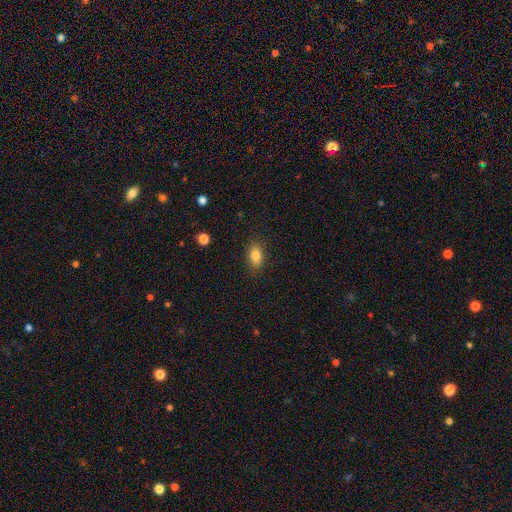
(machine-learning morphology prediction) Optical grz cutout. It shows a smooth galaxy with no disk features (83%) that is in between round and cigar-shaped (85%). Merging: none (86%).